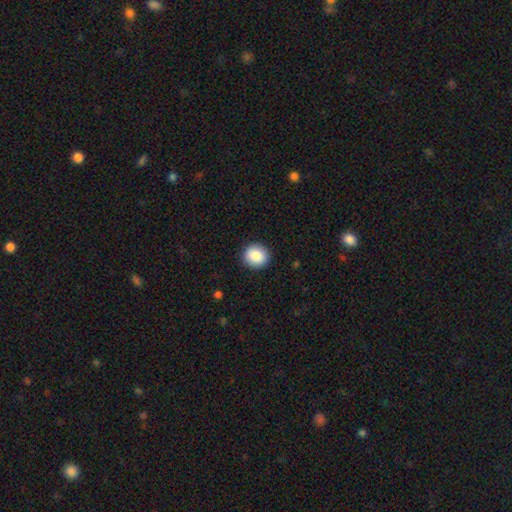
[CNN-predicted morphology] Smooth or featured?
  - smooth: 88% *
  - star or artifact: 8%
  - featured or disk: 5%
How rounded?
  - round: 87% *
  - in between: 12%
  - cigar-shaped: 1%
Merging?
  - none: 91% *
  - minor disturbance: 6%
  - major disturbance: 2%
  - merger: 1%